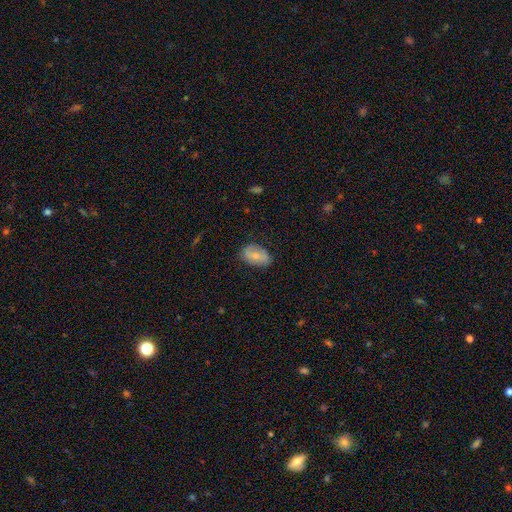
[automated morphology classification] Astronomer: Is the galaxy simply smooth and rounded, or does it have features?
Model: smooth — 63%.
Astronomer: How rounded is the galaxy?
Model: in between — 89%.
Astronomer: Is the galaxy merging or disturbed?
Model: none — 75%.